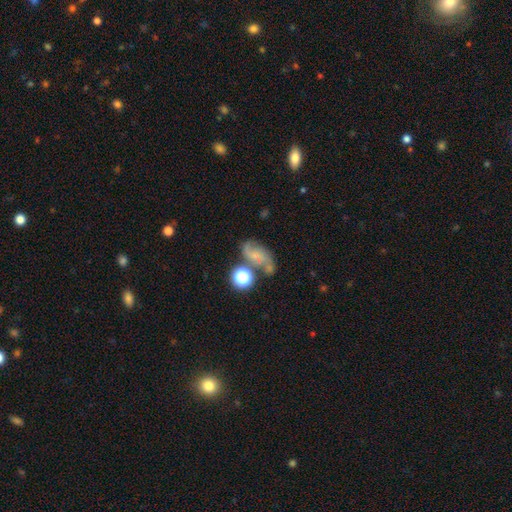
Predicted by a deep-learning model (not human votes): A featured or disk galaxy (58%) with no bar (59%), 2 (84%) loose (50%) spiral arms (89%) and a small central bulge (65%). Merging: none (45%).